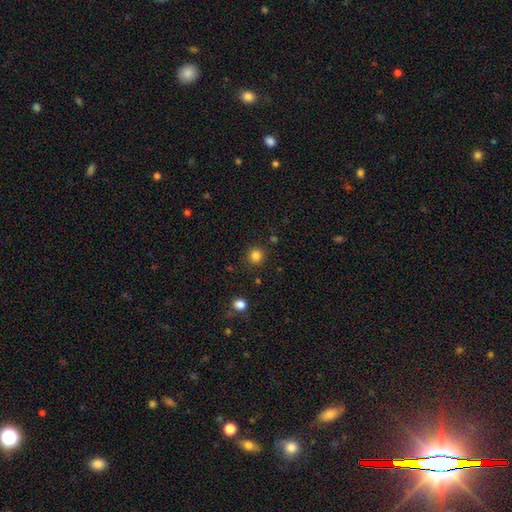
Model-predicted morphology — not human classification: Smooth or featured? Predicted: smooth (p=0.84). How rounded? Predicted: round (p=0.94). Merging? Predicted: none (p=0.89).